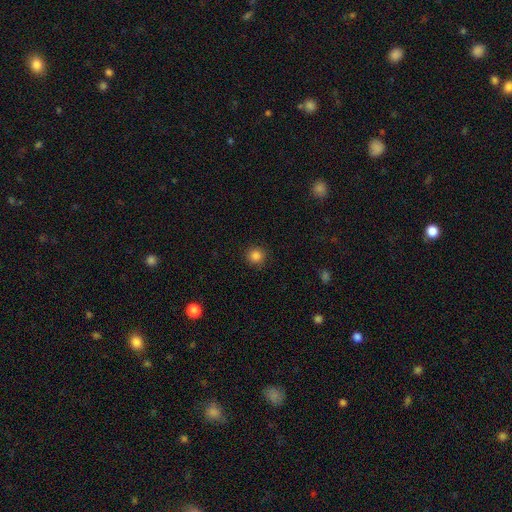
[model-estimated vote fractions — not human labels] Smooth or featured?
  - smooth: 85% *
  - star or artifact: 12%
  - featured or disk: 3%
How rounded?
  - round: 95% *
  - in between: 4%
  - cigar-shaped: 1%
Merging?
  - none: 91% *
  - minor disturbance: 6%
  - major disturbance: 2%
  - merger: 1%